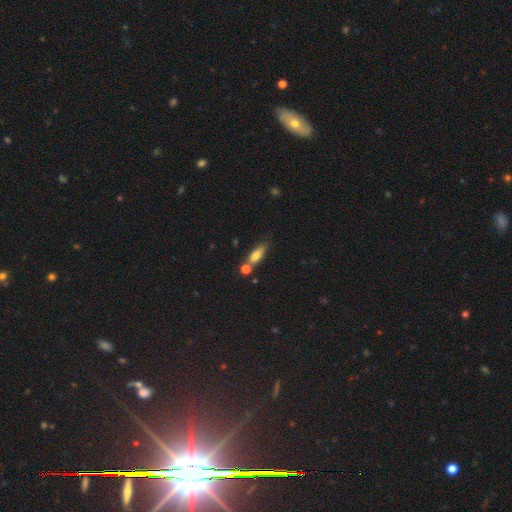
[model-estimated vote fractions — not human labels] This is likely a smooth galaxy (72%). How rounded: possibly in between (58%). Merging: possibly none (55%).